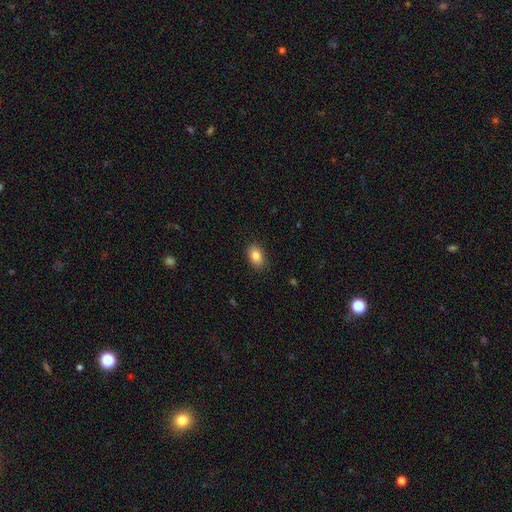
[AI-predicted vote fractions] This is clearly a smooth galaxy (86%). How rounded: clearly in between (87%). Merging: clearly none (86%).